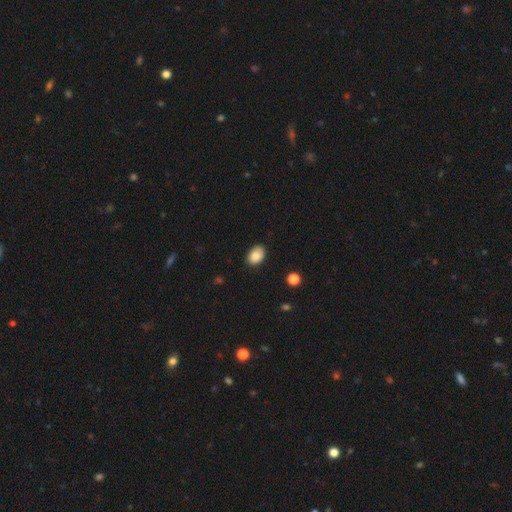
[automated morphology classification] The model was most divided on "how rounded": in between: 83%, round: 16%, cigar-shaped: 1%. More confident: smooth or featured — smooth (86%); merging — none (85%).